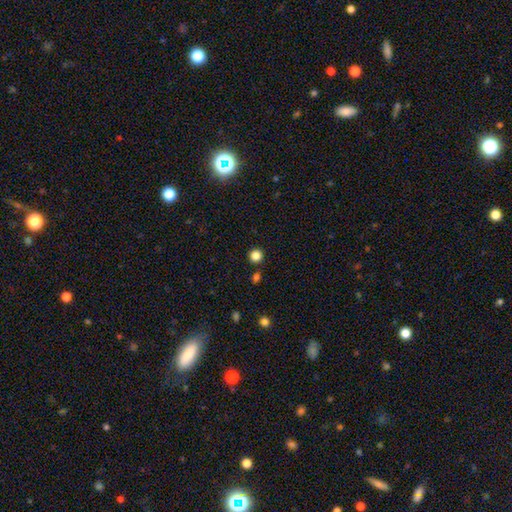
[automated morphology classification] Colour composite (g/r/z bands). It shows a smooth galaxy with no disk features (84%) that is round (94%). Merging: none (89%).